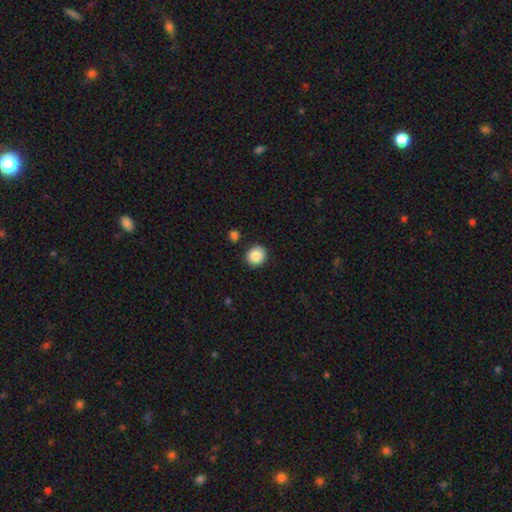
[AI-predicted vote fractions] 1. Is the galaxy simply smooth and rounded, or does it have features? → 87% smooth, 8% star or artifact, 4% featured or disk.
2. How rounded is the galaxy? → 83% round, 16% in between, 1% cigar-shaped.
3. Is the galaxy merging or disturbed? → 88% none, 7% minor disturbance, 3% merger, 2% major disturbance.